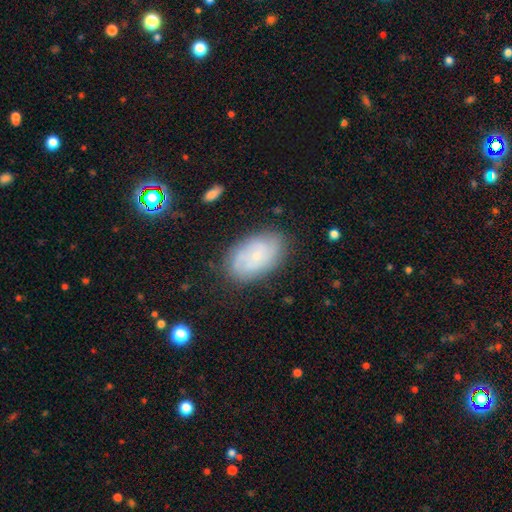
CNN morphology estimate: Smooth or featured: featured or disk — 59% (smooth — 33%)
Edge-on disk: no — 95% (yes — 5%)
Bar: no — 75% (weak — 22%)
Spiral arms: yes — 84% (no — 16%)
Bulge size: small — 79% (moderate — 15%)
Merging: none — 78% (minor disturbance — 16%)